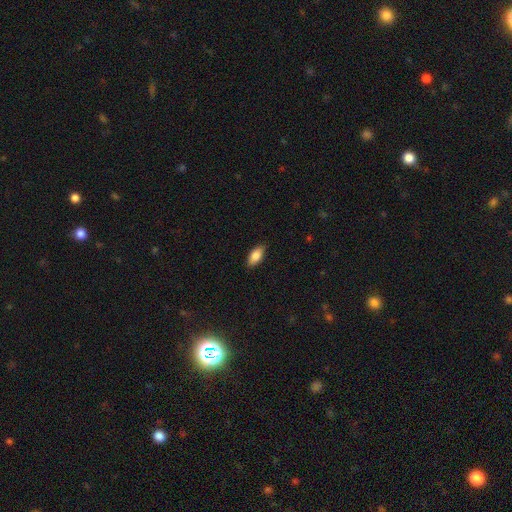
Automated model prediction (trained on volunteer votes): A smooth galaxy with no disk features (84%) that is in between round and cigar-shaped (88%). Merging: none (87%).